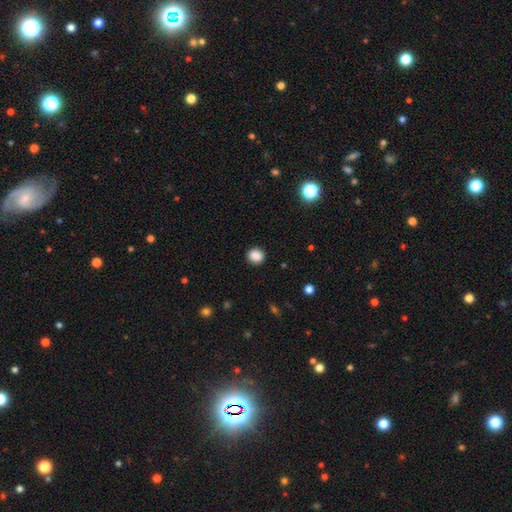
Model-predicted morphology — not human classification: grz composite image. It shows a smooth galaxy with no disk features (87%) that is round (75%). Merging: none (90%).